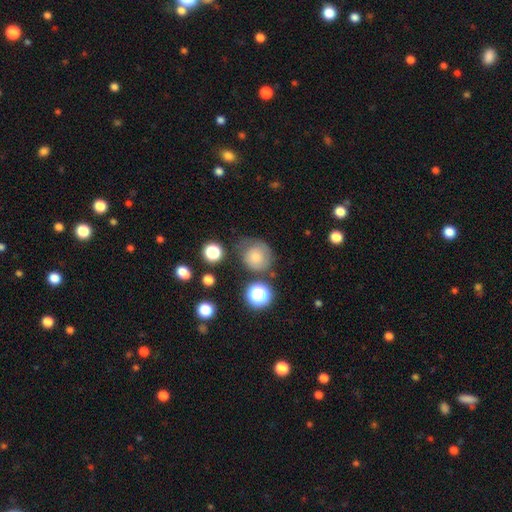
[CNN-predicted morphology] Smooth or featured? Predicted: smooth (p=0.54). How rounded? Predicted: round (p=0.84). Merging? Predicted: none (p=0.66).